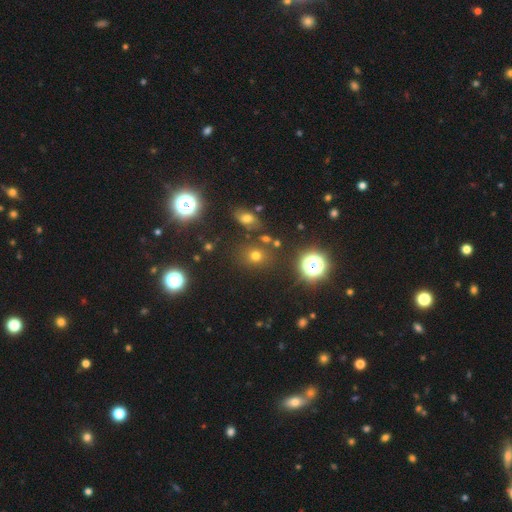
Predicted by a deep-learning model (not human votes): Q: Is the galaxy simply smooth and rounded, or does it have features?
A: smooth — 64%.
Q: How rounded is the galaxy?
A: round — 76%.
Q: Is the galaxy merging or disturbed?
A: none — 80%.